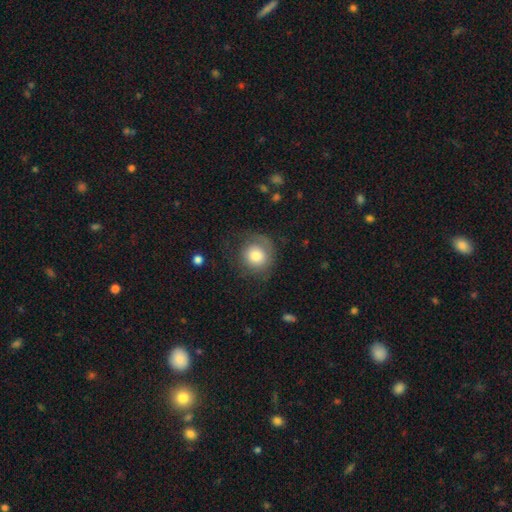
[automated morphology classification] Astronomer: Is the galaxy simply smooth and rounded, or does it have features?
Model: smooth — 70%.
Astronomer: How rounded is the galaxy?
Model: round — 86%.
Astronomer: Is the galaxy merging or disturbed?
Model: none — 60%.